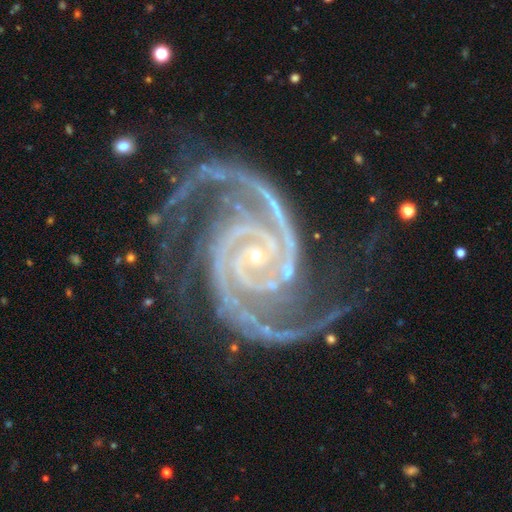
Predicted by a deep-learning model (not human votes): Smooth or featured: featured or disk — 94% (star or artifact — 4%)
Edge-on disk: no — 98% (yes — 2%)
Bar: no — 59% (weak — 24%)
Spiral arms: yes — 99% (no — 1%)
Spiral winding: tight — 54% (medium — 40%)
Spiral arm count: 2 — 72% (3 — 12%)
Bulge size: small — 84% (moderate — 12%)
Merging: none — 63% (minor disturbance — 21%)